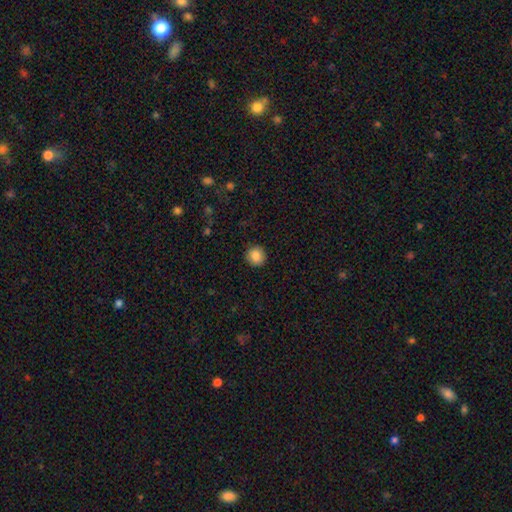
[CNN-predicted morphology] A smooth galaxy with no disk features (87%) that is round (92%). Merging: none (92%).